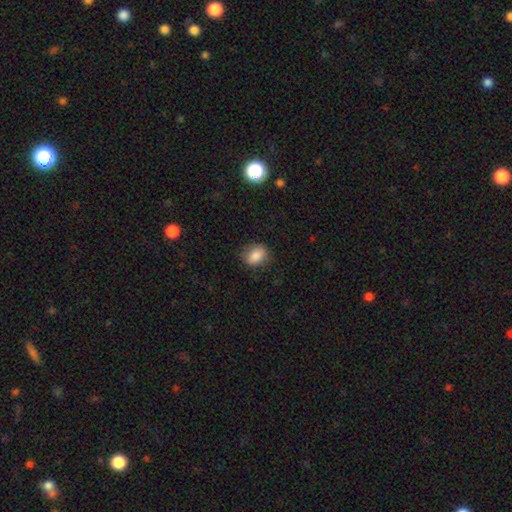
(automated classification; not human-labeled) A smooth galaxy with no disk features (85%) that is in between round and cigar-shaped (62%). Merging: none (79%).